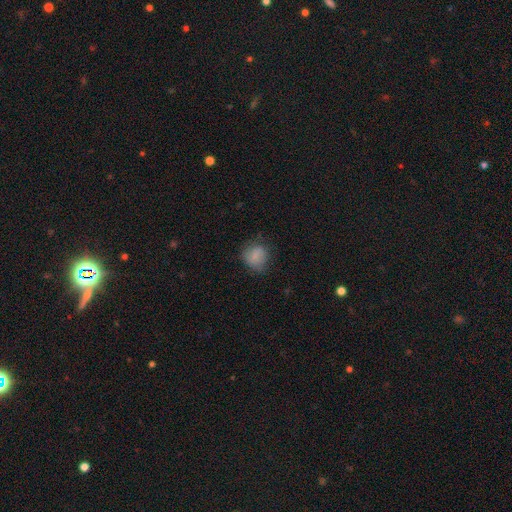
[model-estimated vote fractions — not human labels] Morphology: type=smooth (80%); roundness=round (75%); merging=none (69%).